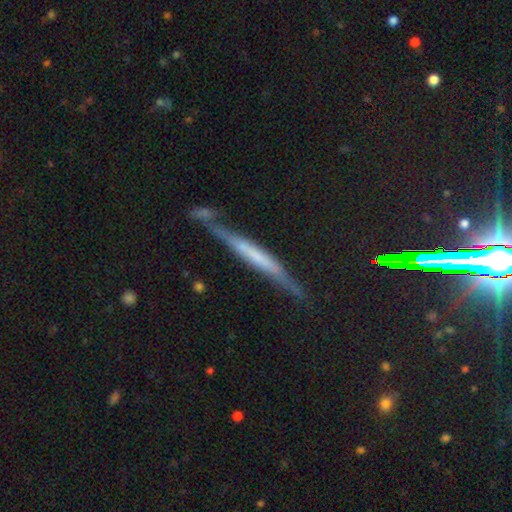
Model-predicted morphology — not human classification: The model was most divided on "smooth or featured": featured or disk: 53%, smooth: 31%, star or artifact: 17%. More confident: edge-on disk — yes (87%); merging — none (63%).